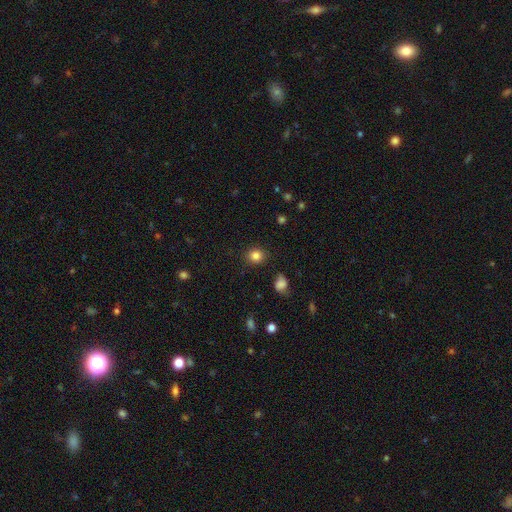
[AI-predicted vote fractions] Smooth or featured: smooth — 84% (star or artifact — 11%)
How rounded: round — 80% (in between — 19%)
Merging: none — 88% (minor disturbance — 8%)